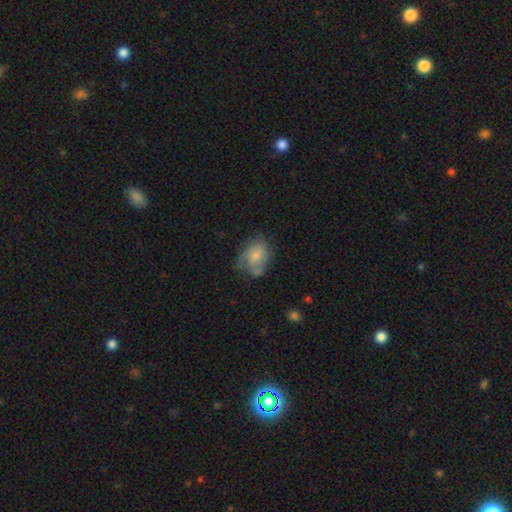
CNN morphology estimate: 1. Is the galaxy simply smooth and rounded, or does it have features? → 60% smooth, 32% featured or disk, 8% star or artifact.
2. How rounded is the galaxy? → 75% in between, 23% round, 1% cigar-shaped.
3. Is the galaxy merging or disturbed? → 42% none, 32% minor disturbance, 19% major disturbance, 6% merger.